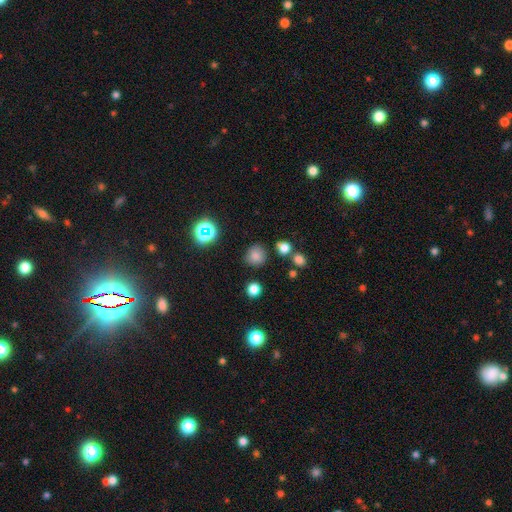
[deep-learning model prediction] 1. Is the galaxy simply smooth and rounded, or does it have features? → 75% smooth, 18% star or artifact, 7% featured or disk.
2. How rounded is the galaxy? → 86% round, 13% in between, 1% cigar-shaped.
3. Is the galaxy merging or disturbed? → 79% none, 13% minor disturbance, 4% merger, 4% major disturbance.